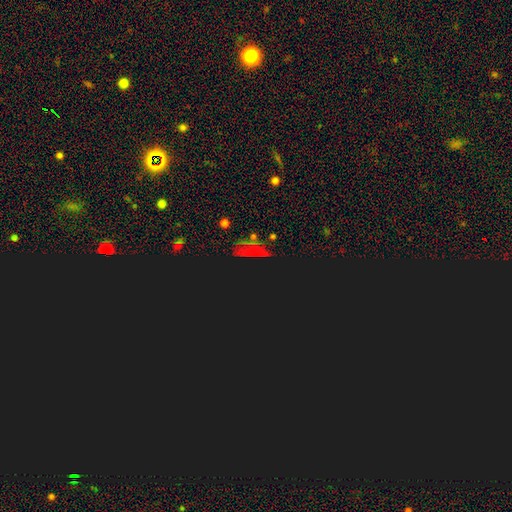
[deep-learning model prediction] This appears to be a star or artifact, not a galaxy (71%).